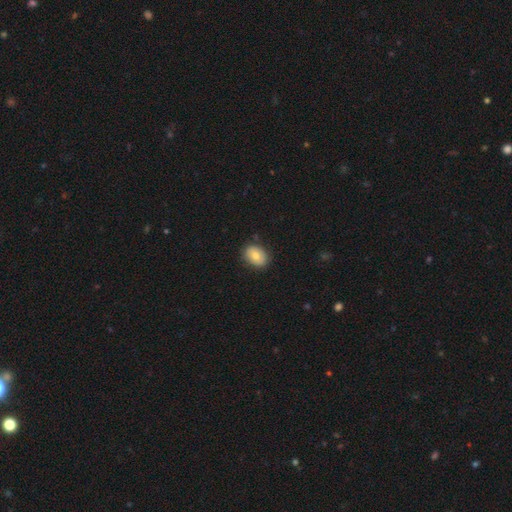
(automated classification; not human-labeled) Morphology: type=smooth (76%); roundness=in between (70%); merging=none (83%).